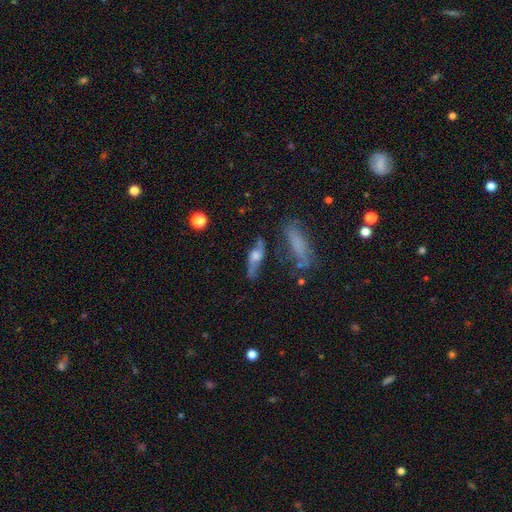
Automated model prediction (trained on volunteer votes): Smooth or featured? Predicted: featured or disk (p=0.56). Edge-on disk? Predicted: yes (p=0.60). Merging? Predicted: none (p=0.56).